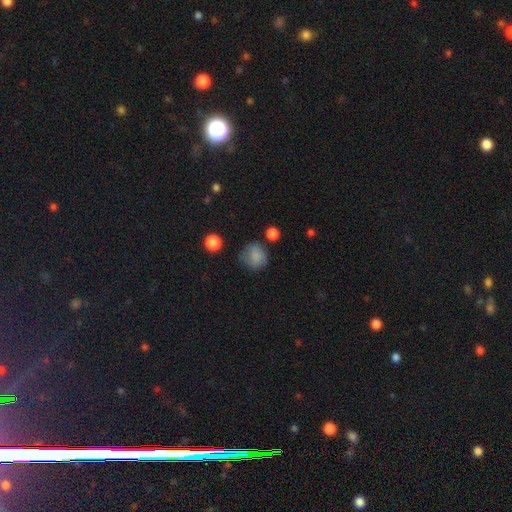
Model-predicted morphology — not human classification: This appears to be a smooth galaxy with no disk features (81%) that is round (80%). Merging: none (65%).